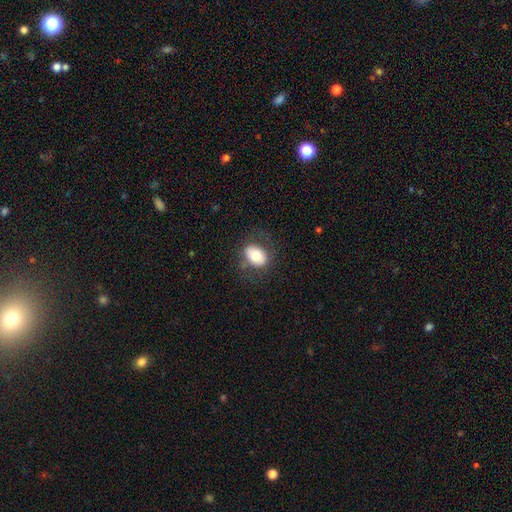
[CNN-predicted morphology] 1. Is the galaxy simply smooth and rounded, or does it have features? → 72% smooth, 20% featured or disk, 8% star or artifact.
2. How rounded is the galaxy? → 76% in between, 23% round, 1% cigar-shaped.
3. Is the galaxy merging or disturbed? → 74% none, 16% minor disturbance, 8% major disturbance, 2% merger.